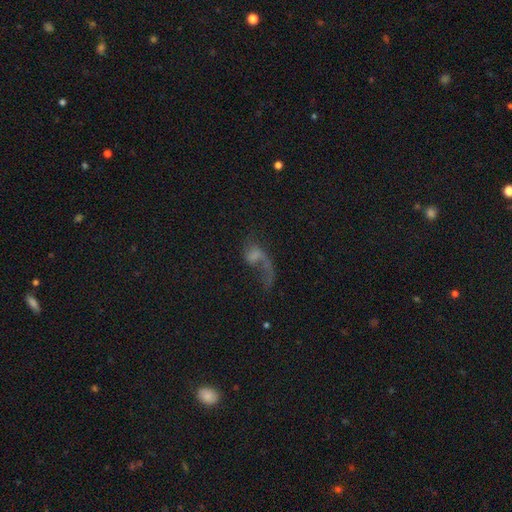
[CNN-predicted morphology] smooth-or-featured: featured or disk: 56% | smooth: 29% | star or artifact: 15%
  disk-edge-on: no: 96% | yes: 4%
    bar: no: 72% | weak: 22% | strong: 6%
    has-spiral-arms: yes: 69% | no: 31%
    bulge-size: none: 47% | small: 25% | moderate: 17% | large: 8% | dominant: 4%
  merging: major disturbance: 51% | none: 26% | minor disturbance: 12% | merger: 10%